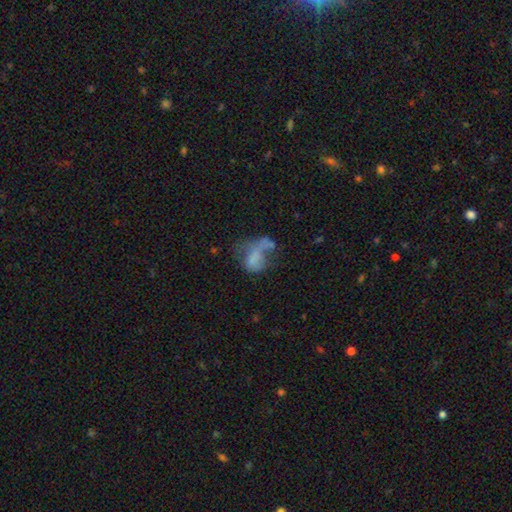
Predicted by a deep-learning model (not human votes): Overall: smooth (50%; featured or disk 35%). Merging: major disturbance (43%; merger 21%).